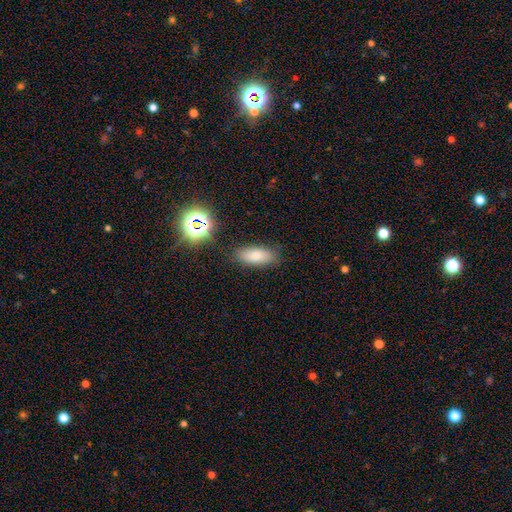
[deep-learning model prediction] Smooth or featured? smooth (80%)
How rounded? in between (79%)
Merging? none (83%)